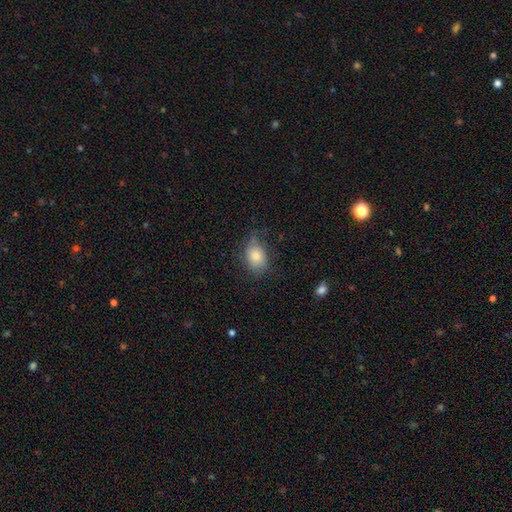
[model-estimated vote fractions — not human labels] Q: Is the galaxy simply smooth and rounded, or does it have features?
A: smooth — 73%.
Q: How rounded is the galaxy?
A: in between — 74%.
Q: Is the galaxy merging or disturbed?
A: none — 62%.